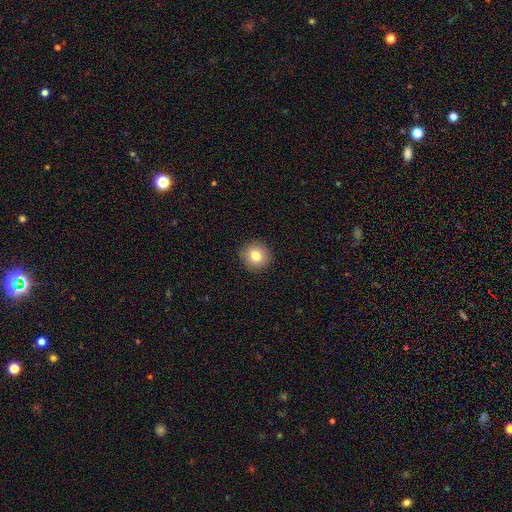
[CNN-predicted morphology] The model was most divided on "smooth or featured": smooth: 81%, star or artifact: 10%, featured or disk: 10%. More confident: merging — none (91%); how rounded — round (91%).